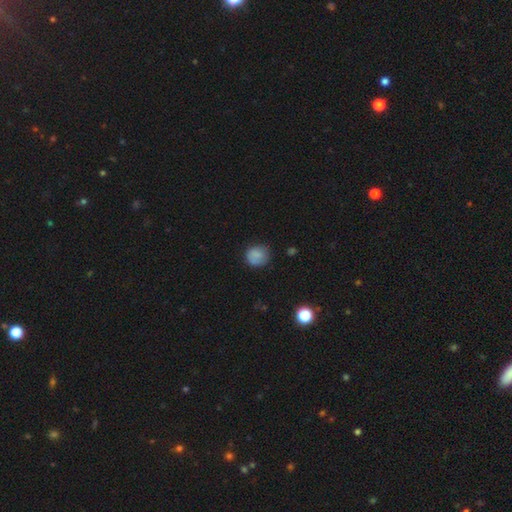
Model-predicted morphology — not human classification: smooth-or-featured: smooth: 81% | star or artifact: 9% | featured or disk: 9%
  how-rounded: round: 82% | in between: 17% | cigar-shaped: 1%
  merging: none: 73% | minor disturbance: 20% | major disturbance: 5% | merger: 1%